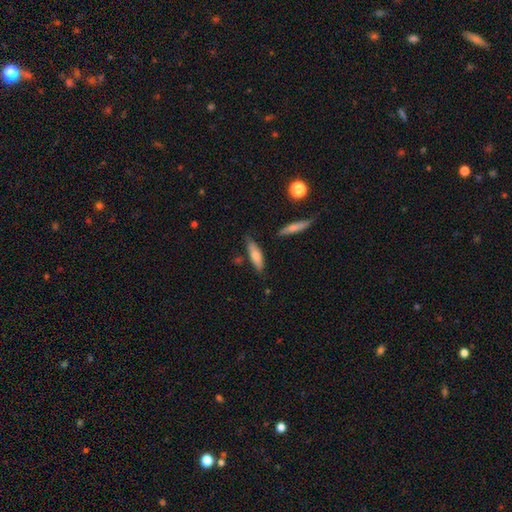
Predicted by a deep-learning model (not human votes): The model was most divided on "how rounded": cigar-shaped: 56%, in between: 42%, round: 2%. More confident: smooth or featured — smooth (75%); merging — none (73%).